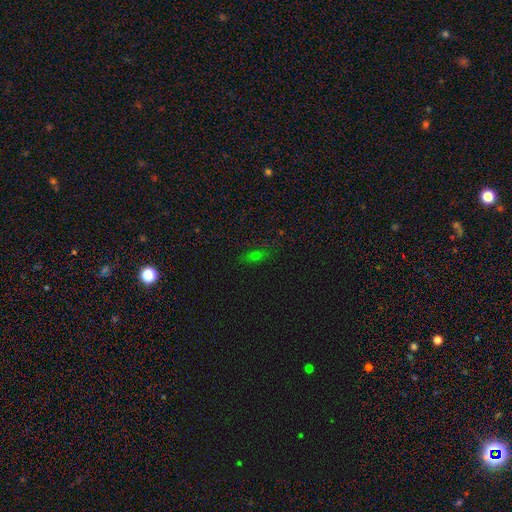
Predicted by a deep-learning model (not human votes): smooth 55%, star or artifact 28%, featured or disk 17%. Down the decision tree: how rounded — in between (70%); merging — none (78%).